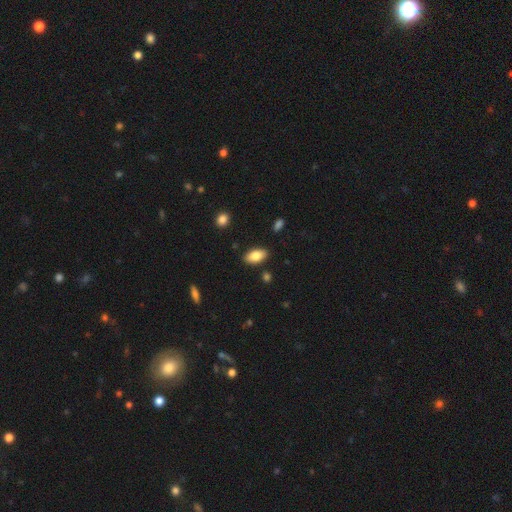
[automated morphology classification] A smooth galaxy with no disk features (83%) that is in between round and cigar-shaped (92%). Merging: none (86%).